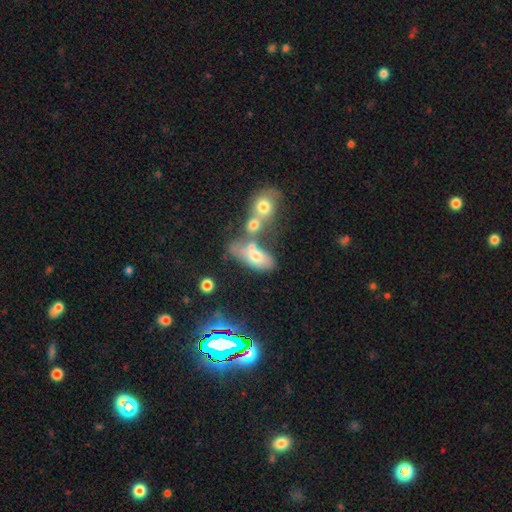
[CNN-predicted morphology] A smooth galaxy with no disk features (62%) that is in between round and cigar-shaped (80%).

Vote fractions:
- Smooth or featured? smooth: 62% / featured or disk: 27% / star or artifact: 11%
- How rounded? in between: 80% / round: 11% / cigar-shaped: 9%
- Merging? merger: 49% / none: 29% / minor disturbance: 13% / major disturbance: 9%